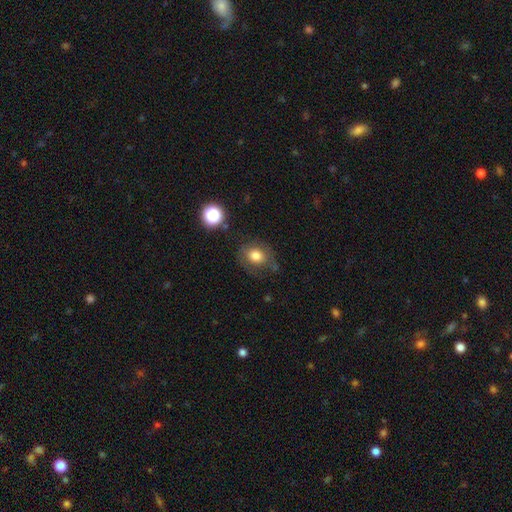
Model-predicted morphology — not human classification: Overall: smooth (75%). How rounded: round (58%; in between 41%). Merging: none (68%).